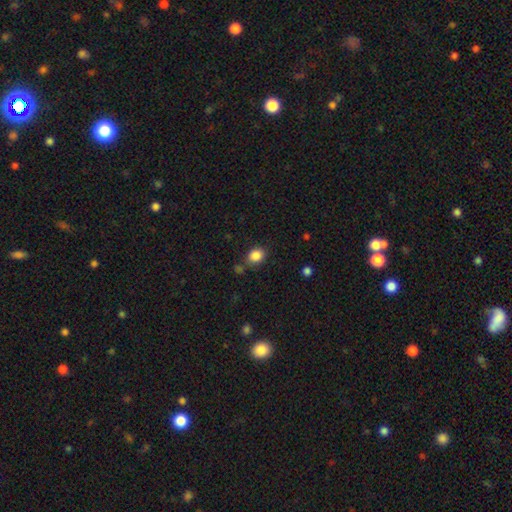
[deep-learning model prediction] This appears to be a smooth galaxy with no disk features (86%) that is round (57%). Merging: none (76%).